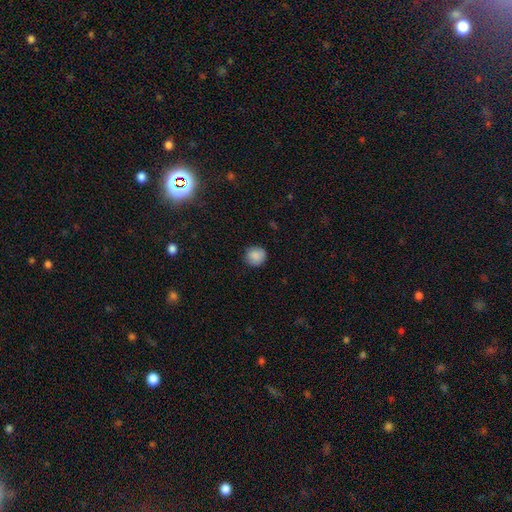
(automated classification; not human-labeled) This is clearly a smooth galaxy (87%). How rounded: clearly round (90%). Merging: clearly none (87%).